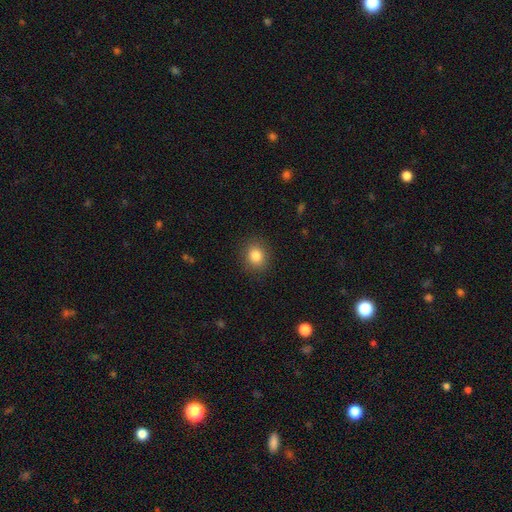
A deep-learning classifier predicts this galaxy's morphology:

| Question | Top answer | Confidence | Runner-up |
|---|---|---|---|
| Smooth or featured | smooth | 84% | star or artifact (10%) |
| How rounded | round | 69% | in between (30%) |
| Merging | none | 89% | minor disturbance (8%) |